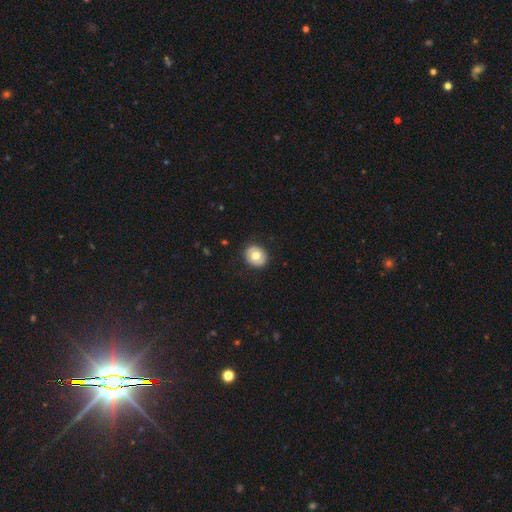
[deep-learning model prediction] This appears to be a smooth galaxy with no disk features (65%) that is round (72%). Merging: none (88%).